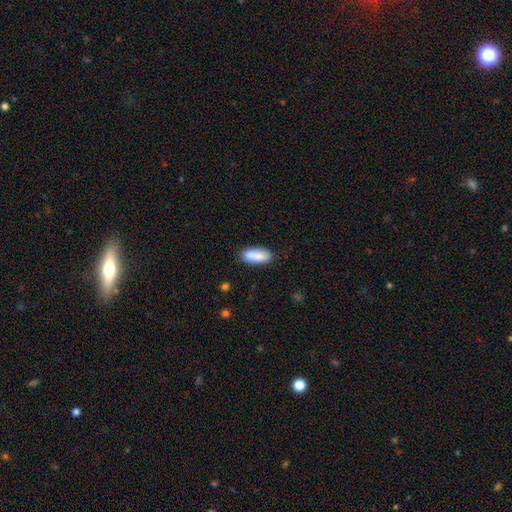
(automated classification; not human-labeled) Overall: smooth (86%). How rounded: in between (82%). Merging: none (83%).